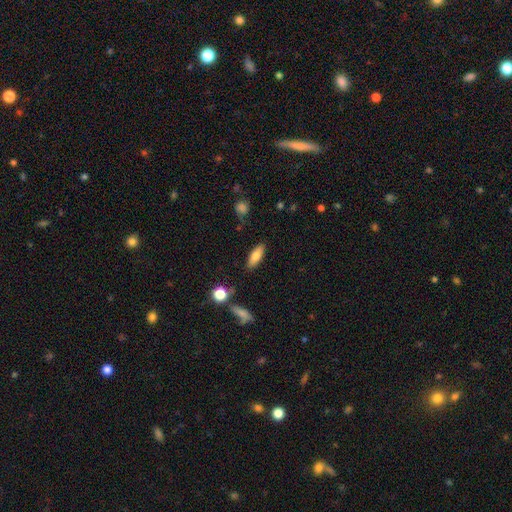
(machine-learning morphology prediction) The model was most divided on "how rounded": in between: 69%, cigar-shaped: 28%, round: 3%. More confident: merging — none (84%); smooth or featured — smooth (75%).